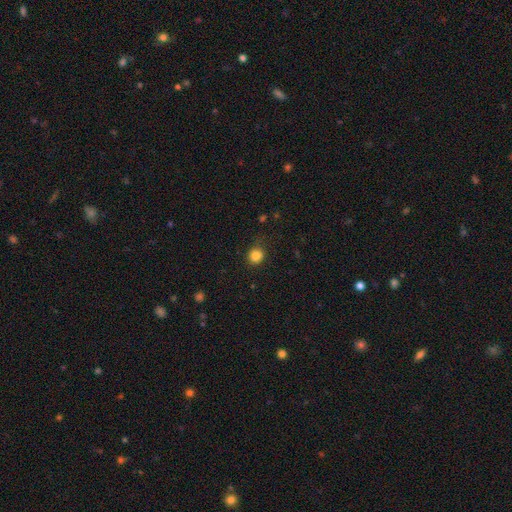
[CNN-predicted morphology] This appears to be a smooth galaxy with no disk features (84%) that is round (82%). Merging: none (77%).